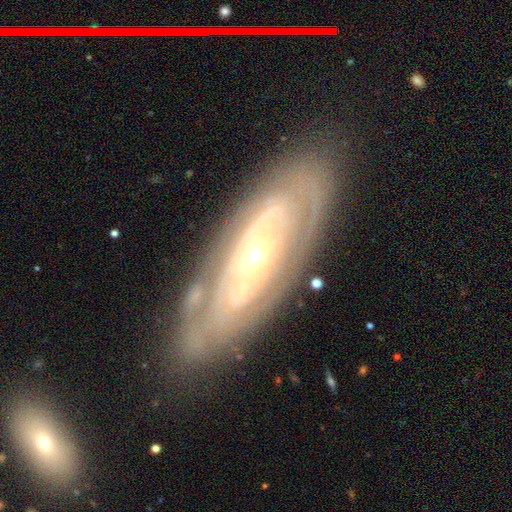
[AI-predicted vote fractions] Overall: featured or disk (81%). Edge-on disk: no (86%). Bar: no (74%). Spiral arms: yes (69%; no 31%). Bulge size: small (64%; moderate 32%). Merging: none (80%).